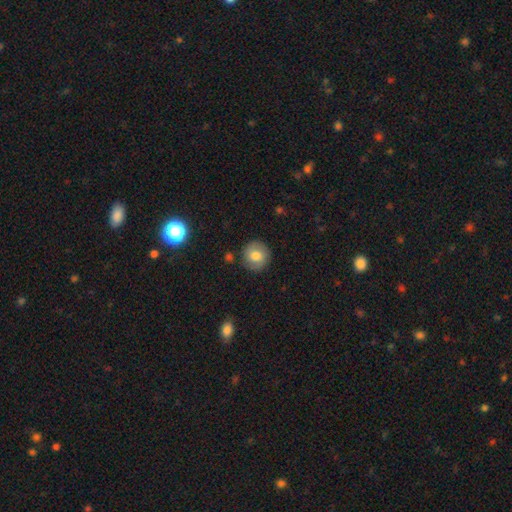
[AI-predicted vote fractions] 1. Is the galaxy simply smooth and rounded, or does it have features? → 74% smooth, 17% featured or disk, 9% star or artifact.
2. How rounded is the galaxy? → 92% round, 7% in between, 1% cigar-shaped.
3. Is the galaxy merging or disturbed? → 85% none, 10% minor disturbance, 3% major disturbance, 2% merger.